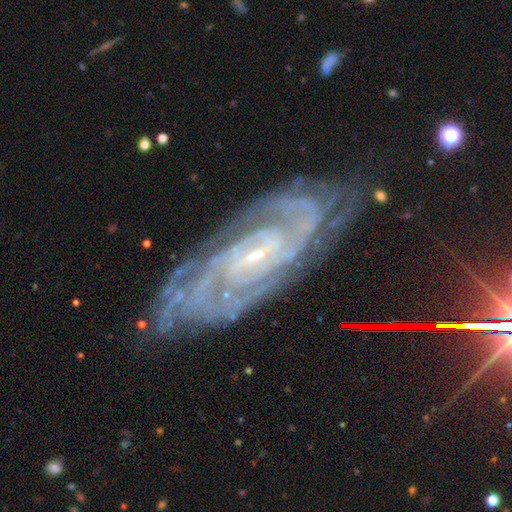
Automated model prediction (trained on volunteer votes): Q: Smooth or featured?
A: featured or disk (89%); runner-up: star or artifact (7%)
Q: Edge-on disk?
A: no (94%); runner-up: yes (6%)
Q: Bar?
A: no (52%); runner-up: weak (32%)
Q: Spiral arms?
A: yes (99%); runner-up: no (1%)
Q: Spiral winding?
A: tight (76%); runner-up: medium (20%)
Q: Spiral arm count?
A: 2 (35%); runner-up: can't tell (18%)
Q: Bulge size?
A: small (85%); runner-up: moderate (9%)
Q: Merging?
A: none (76%); runner-up: minor disturbance (17%)